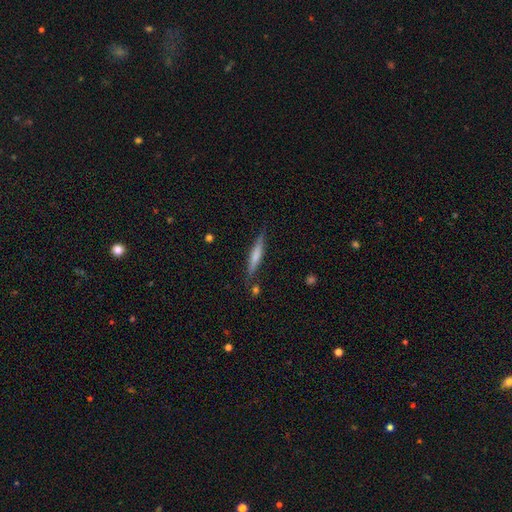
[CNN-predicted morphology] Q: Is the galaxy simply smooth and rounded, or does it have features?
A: smooth — 51%.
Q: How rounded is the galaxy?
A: cigar-shaped — 90%.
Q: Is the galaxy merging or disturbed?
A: none — 82%.